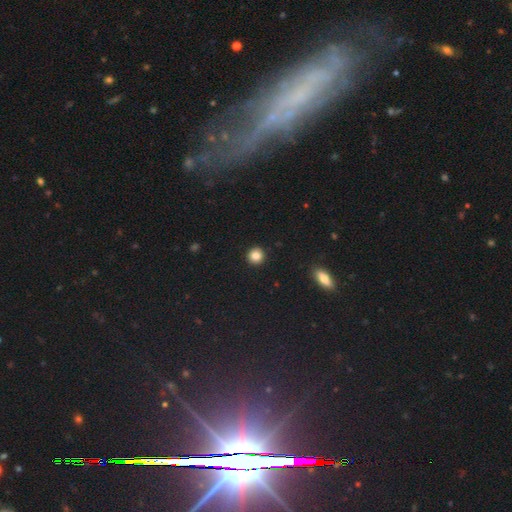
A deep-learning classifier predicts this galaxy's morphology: Smooth or featured: smooth — 84% (star or artifact — 11%)
How rounded: round — 94% (in between — 5%)
Merging: none — 93% (minor disturbance — 4%)